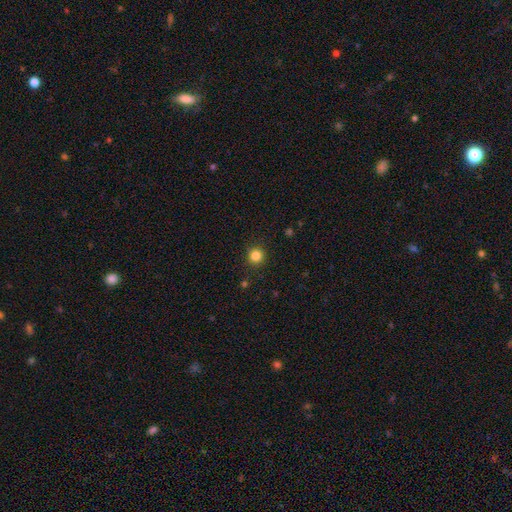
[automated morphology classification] smooth-or-featured: smooth: 84% | star or artifact: 12% | featured or disk: 4%
  how-rounded: round: 95% | in between: 5% | cigar-shaped: 1%
  merging: none: 91% | minor disturbance: 6% | major disturbance: 2% | merger: 1%